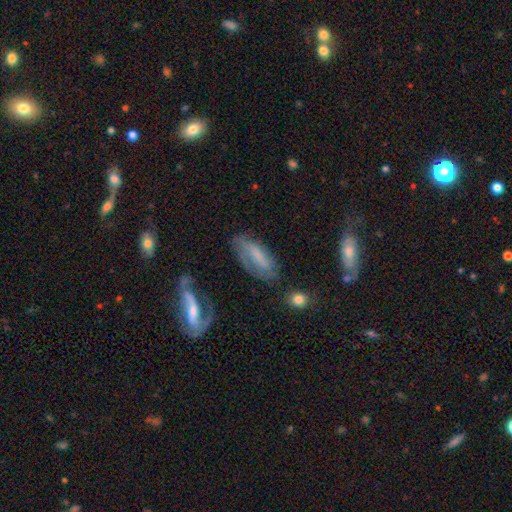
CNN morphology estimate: Overall: featured or disk (45%; smooth 44%). Merging: none (58%; minor disturbance 24%).